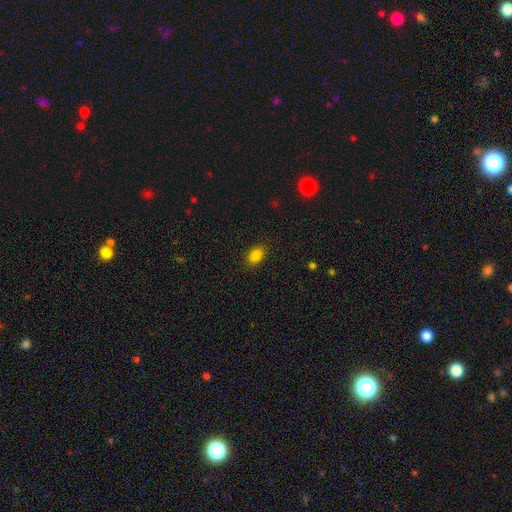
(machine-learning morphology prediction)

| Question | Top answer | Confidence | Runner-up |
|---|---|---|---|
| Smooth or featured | smooth | 85% | star or artifact (11%) |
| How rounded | in between | 83% | round (15%) |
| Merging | none | 87% | minor disturbance (9%) |